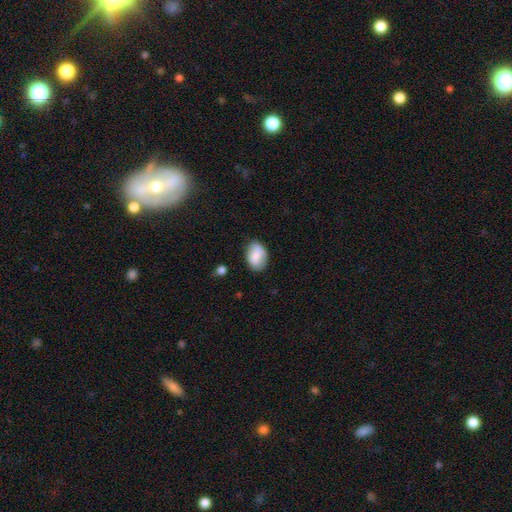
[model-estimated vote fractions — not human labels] This appears to be a smooth galaxy with no disk features (80%) that is in between round and cigar-shaped (84%). Merging: none (75%).